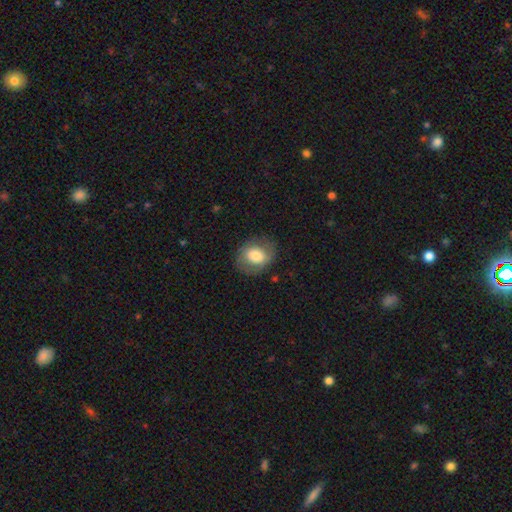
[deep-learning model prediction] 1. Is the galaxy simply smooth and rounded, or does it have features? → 69% smooth, 24% featured or disk, 8% star or artifact.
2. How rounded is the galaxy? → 50% round, 49% in between, 1% cigar-shaped.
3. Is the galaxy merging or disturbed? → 75% none, 16% minor disturbance, 8% major disturbance, 1% merger.